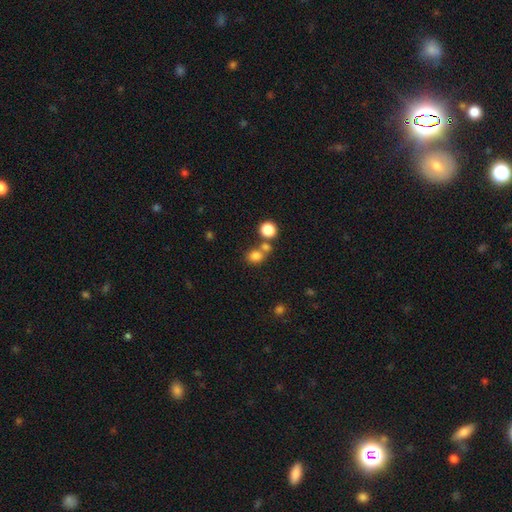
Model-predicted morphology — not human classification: Smooth or featured?
  - smooth: 79% *
  - star or artifact: 14%
  - featured or disk: 7%
How rounded?
  - round: 69% *
  - in between: 30%
  - cigar-shaped: 1%
Merging?
  - none: 55% *
  - merger: 32%
  - minor disturbance: 9%
  - major disturbance: 4%